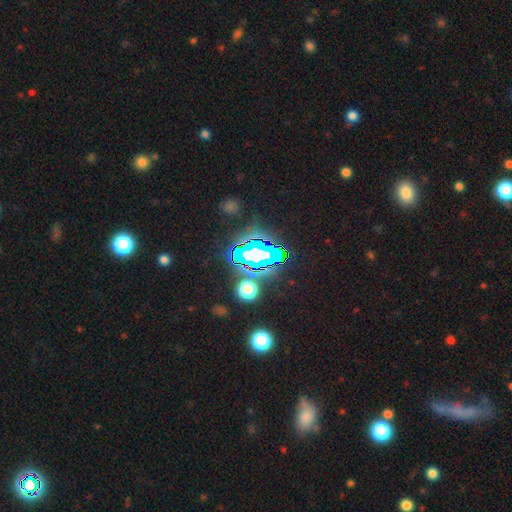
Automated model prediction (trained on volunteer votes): Overall: star or artifact (68%).